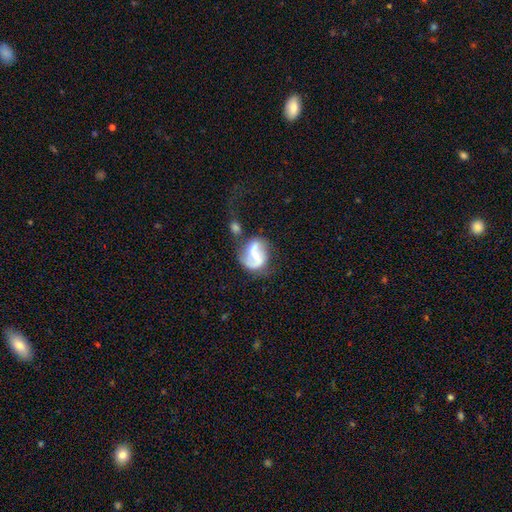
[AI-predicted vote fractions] Smooth or featured?
  - featured or disk: 79% *
  - smooth: 16%
  - star or artifact: 6%
Edge-on disk?
  - no: 98% *
  - yes: 2%
Bar?
  - weak: 42% *
  - no: 30%
  - strong: 28%
Spiral arms?
  - yes: 91% *
  - no: 9%
Spiral winding?
  - loose: 45% *
  - medium: 41%
  - tight: 14%
Spiral arm count?
  - 2: 87% *
  - 1: 5%
  - can't tell: 5%
  - 3: 1%
  - 4: 1%
  - more than 4: 1%
Bulge size?
  - moderate: 47% *
  - small: 46%
  - none: 4%
  - large: 3%
  - dominant: 1%
Merging?
  - none: 51% *
  - minor disturbance: 20%
  - merger: 17%
  - major disturbance: 12%